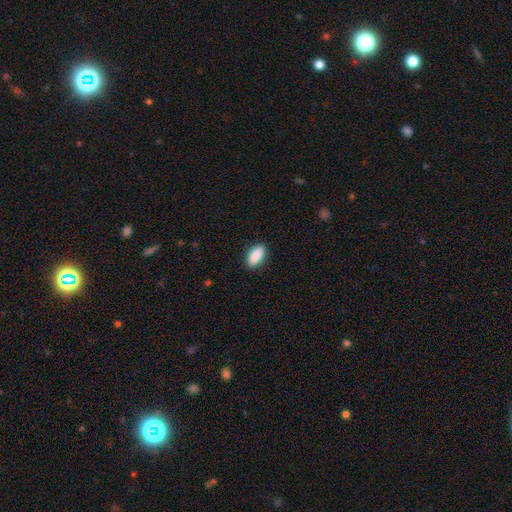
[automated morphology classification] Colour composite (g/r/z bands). It shows a smooth galaxy with no disk features (88%) that is in between round and cigar-shaped (88%). Merging: none (88%).